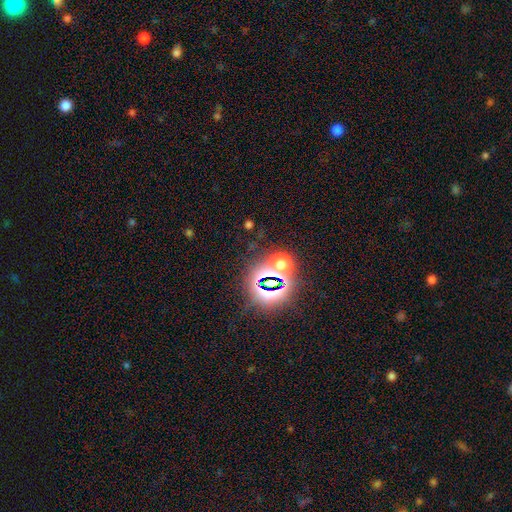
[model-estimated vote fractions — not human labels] smooth-or-featured: star or artifact: 78% | smooth: 14% | featured or disk: 8%